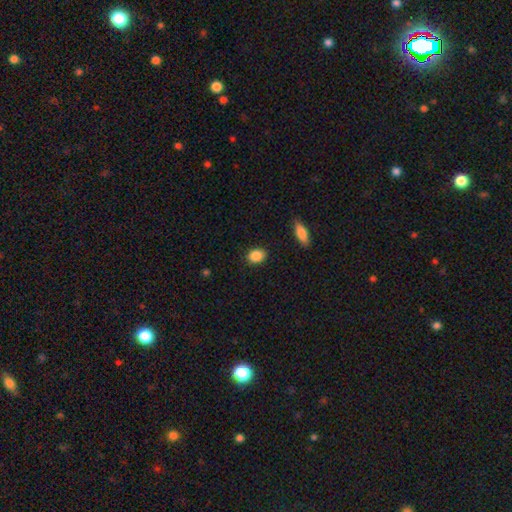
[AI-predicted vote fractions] Smooth or featured? smooth (88%)
How rounded? in between (64%)
Merging? none (88%)